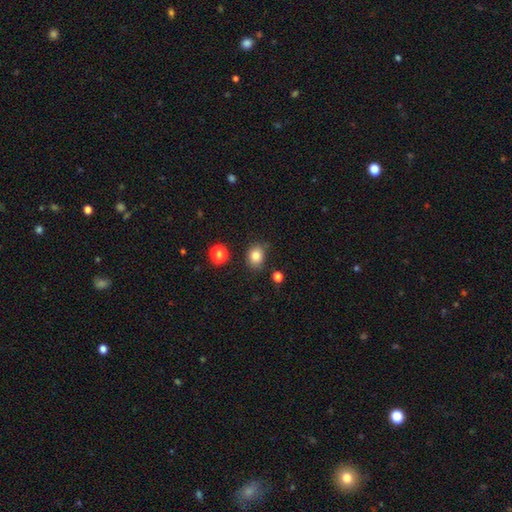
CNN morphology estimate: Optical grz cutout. It shows a smooth galaxy with no disk features (83%) that is round (54%). Merging: none (77%).